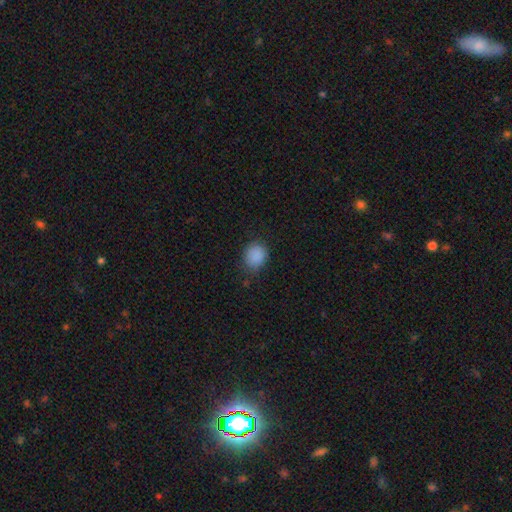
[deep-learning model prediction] This appears to be a smooth galaxy with no disk features (87%) that is round (61%). Merging: none (75%).